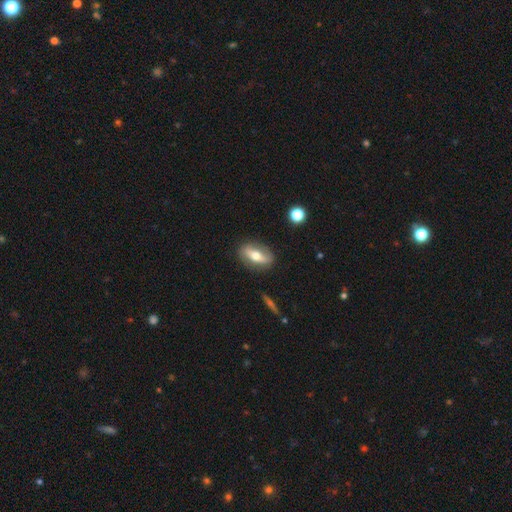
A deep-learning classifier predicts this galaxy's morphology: Smooth or featured? featured or disk (51%)
Edge-on disk? no (55%)
Merging? none (83%)